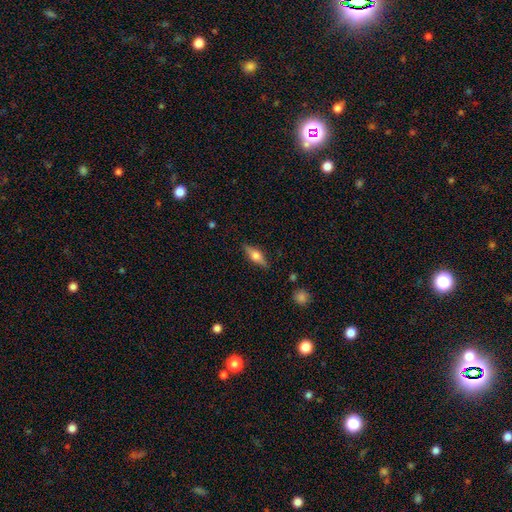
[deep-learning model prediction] Smooth or featured? Predicted: featured or disk (p=0.57). Edge-on disk? Predicted: yes (p=0.94). Edge-on bulge? Predicted: rounded (p=0.92). Merging? Predicted: none (p=0.85).